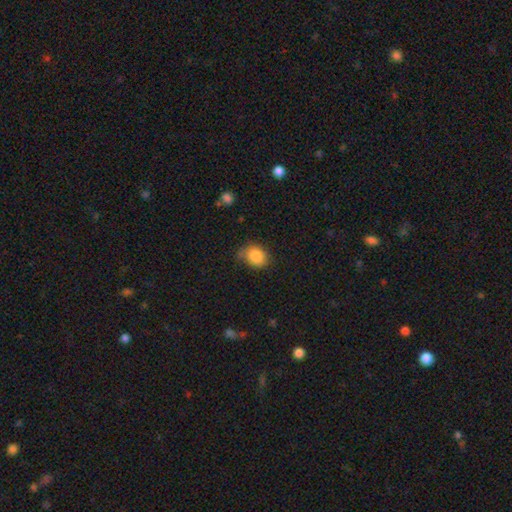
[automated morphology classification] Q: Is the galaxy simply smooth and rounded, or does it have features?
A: smooth — 86%.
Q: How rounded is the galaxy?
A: in between — 63%.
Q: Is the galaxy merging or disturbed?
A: none — 65%.